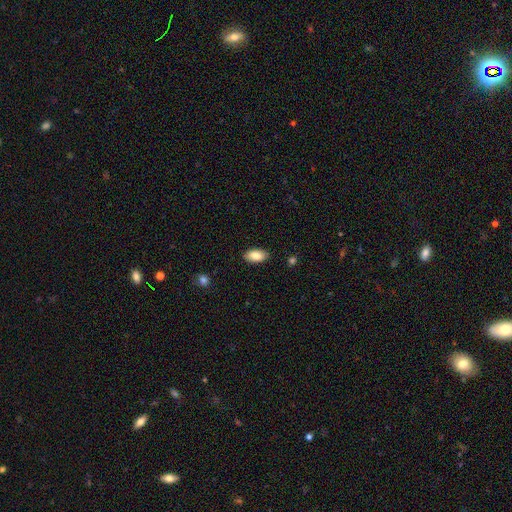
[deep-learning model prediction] Morphology: type=smooth (85%); roundness=in between (94%); merging=none (88%).